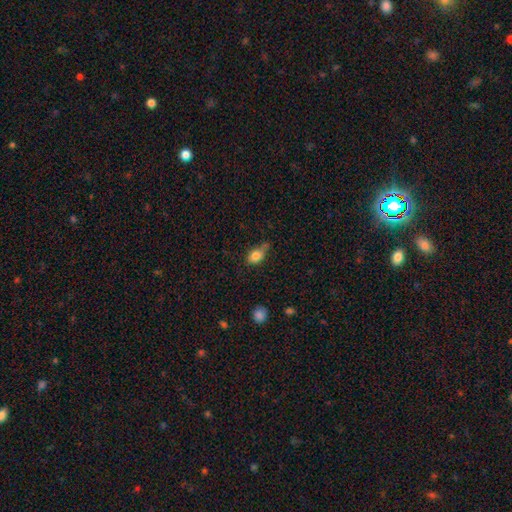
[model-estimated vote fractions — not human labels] Morphology: type=smooth (81%); roundness=in between (75%); merging=none (45%).